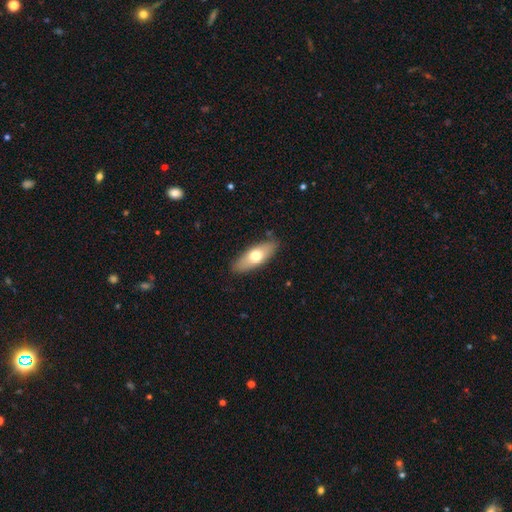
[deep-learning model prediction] A smooth galaxy with no disk features (63%) that is in between round and cigar-shaped (72%). Merging: none (85%).